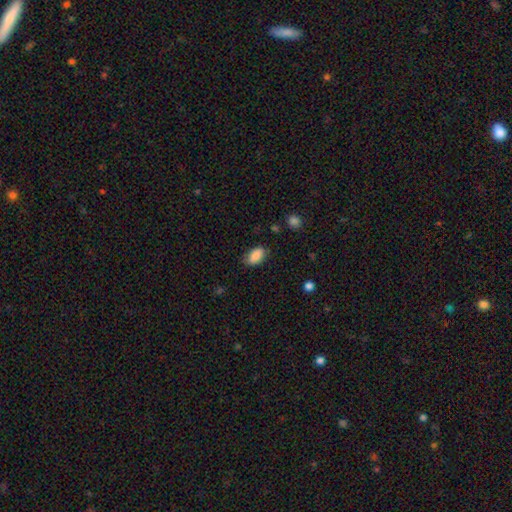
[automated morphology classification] smooth-or-featured: smooth: 87% | star or artifact: 7% | featured or disk: 6%
  how-rounded: in between: 92% | round: 6% | cigar-shaped: 2%
  merging: none: 78% | minor disturbance: 17% | major disturbance: 4% | merger: 1%